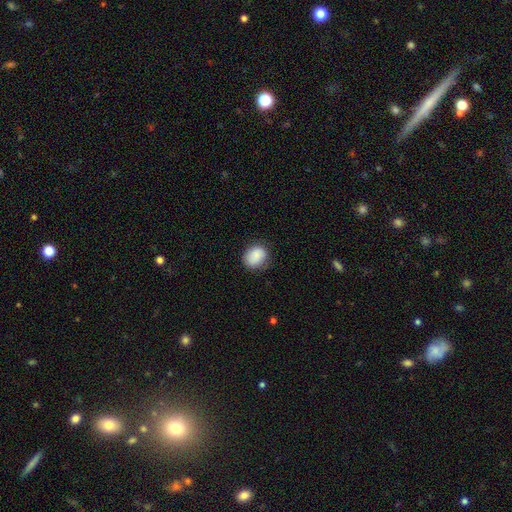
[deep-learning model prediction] smooth_or_featured: smooth (p=0.88) [alt: star or artifact p=0.07]
how_rounded: round (p=0.52) [alt: in between p=0.48]
merging: none (p=0.77) [alt: minor disturbance p=0.18]